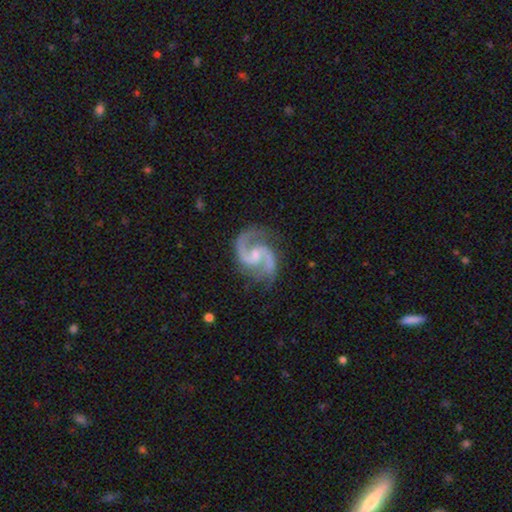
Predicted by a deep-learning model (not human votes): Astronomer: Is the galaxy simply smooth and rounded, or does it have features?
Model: featured or disk — 93%.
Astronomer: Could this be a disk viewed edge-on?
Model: no — 98%.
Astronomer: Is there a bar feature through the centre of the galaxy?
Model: weak — 47% (runner-up: no, 44%).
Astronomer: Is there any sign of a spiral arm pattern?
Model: yes — 99%.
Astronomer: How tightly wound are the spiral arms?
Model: medium — 64%.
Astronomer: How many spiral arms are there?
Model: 2 — 94%.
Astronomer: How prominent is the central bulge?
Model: small — 54% (runner-up: moderate, 35%).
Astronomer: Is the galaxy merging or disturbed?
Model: none — 76%.